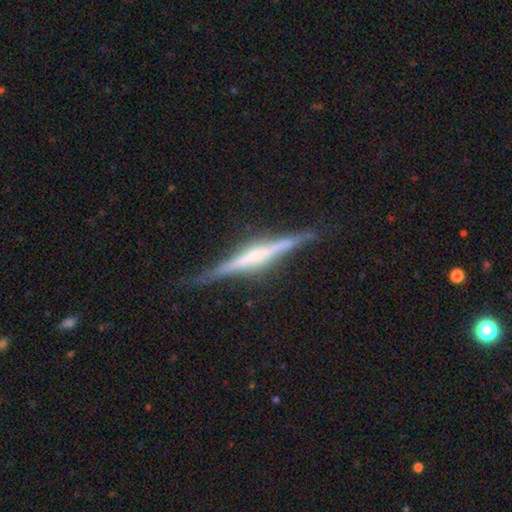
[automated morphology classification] A featured or disk galaxy (81%) viewed edge-on (98%) with a rounded central bulge (46%).

Vote fractions:
- Smooth or featured? featured or disk: 81% / smooth: 13% / star or artifact: 6%
- Edge-on disk? yes: 98% / no: 2%
- Edge-on bulge? rounded: 46% / boxy: 30% / none: 25%
- Merging? none: 86% / minor disturbance: 11% / major disturbance: 2% / merger: 1%